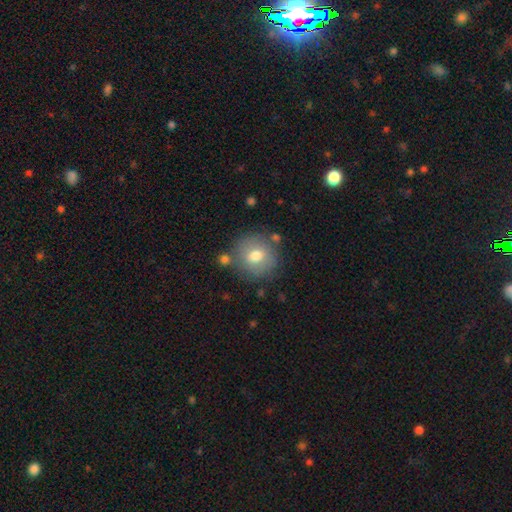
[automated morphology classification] smooth_or_featured: smooth (p=0.71) [alt: featured or disk p=0.20]
how_rounded: round (p=0.89) [alt: in between p=0.10]
merging: none (p=0.76) [alt: minor disturbance p=0.13]